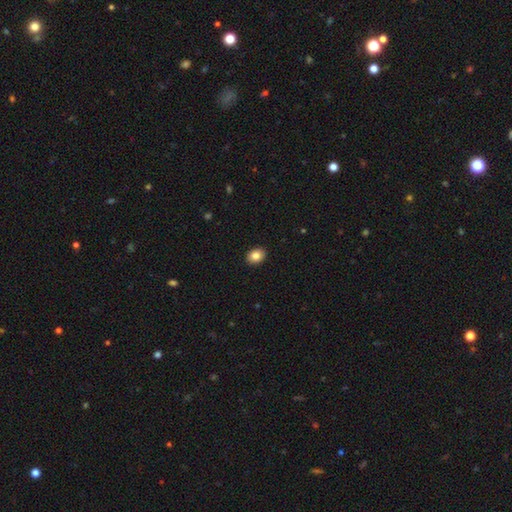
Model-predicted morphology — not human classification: A smooth galaxy with no disk features (85%) that is in between round and cigar-shaped (61%).

Vote fractions:
- Smooth or featured? smooth: 85% / star or artifact: 9% / featured or disk: 6%
- How rounded? in between: 61% / round: 39% / cigar-shaped: 1%
- Merging? none: 91% / minor disturbance: 6% / major disturbance: 2% / merger: 1%